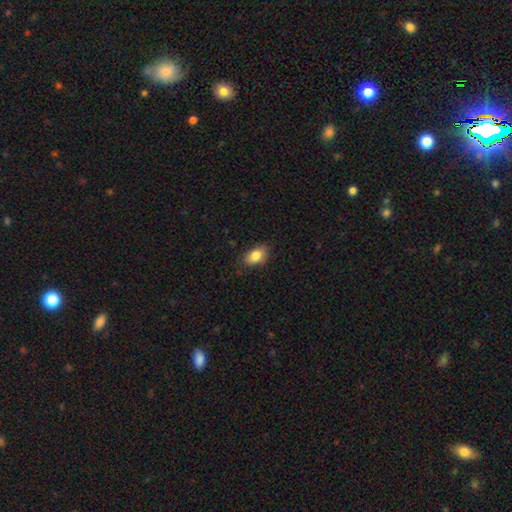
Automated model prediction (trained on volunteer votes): Smooth or featured: smooth — 85% (featured or disk — 8%)
How rounded: in between — 88% (round — 9%)
Merging: none — 82% (minor disturbance — 14%)